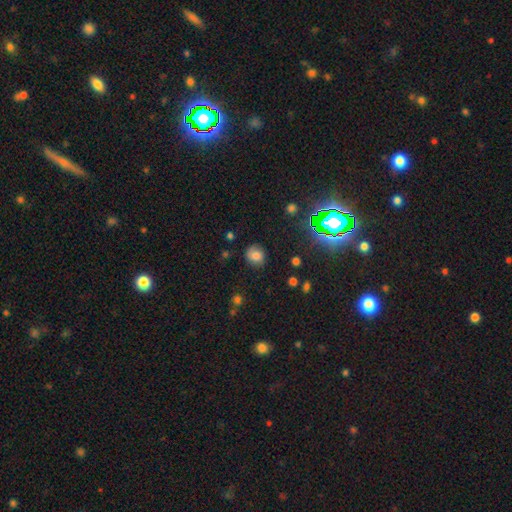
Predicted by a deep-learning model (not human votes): Smooth or featured?
  - smooth: 73% *
  - star or artifact: 15%
  - featured or disk: 13%
How rounded?
  - round: 75% *
  - in between: 24%
  - cigar-shaped: 1%
Merging?
  - none: 76% *
  - minor disturbance: 17%
  - major disturbance: 5%
  - merger: 2%